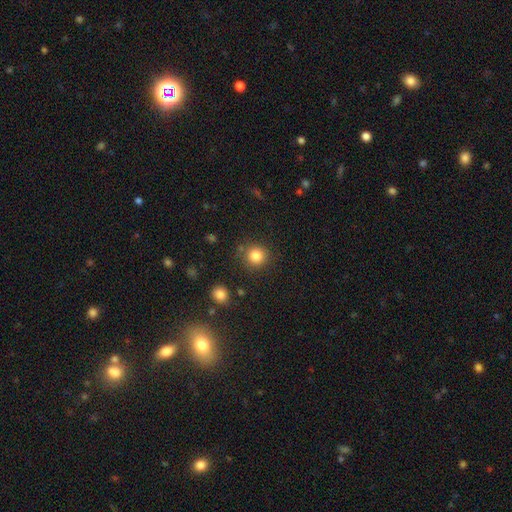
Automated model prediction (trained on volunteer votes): Smooth or featured? Predicted: smooth (p=0.84). How rounded? Predicted: round (p=0.92). Merging? Predicted: none (p=0.84).